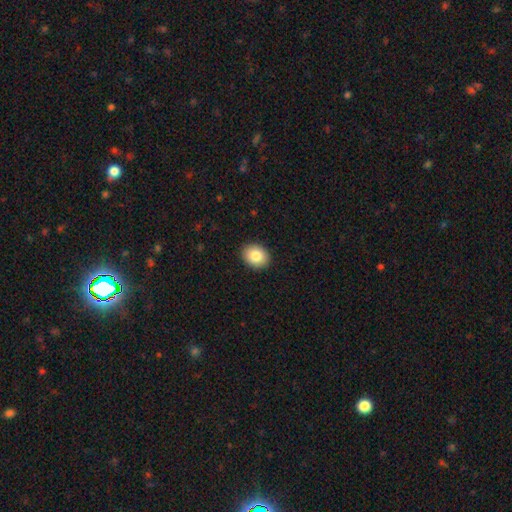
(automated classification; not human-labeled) This is clearly a smooth galaxy (84%). How rounded: possibly round (50%). Merging: clearly none (91%).